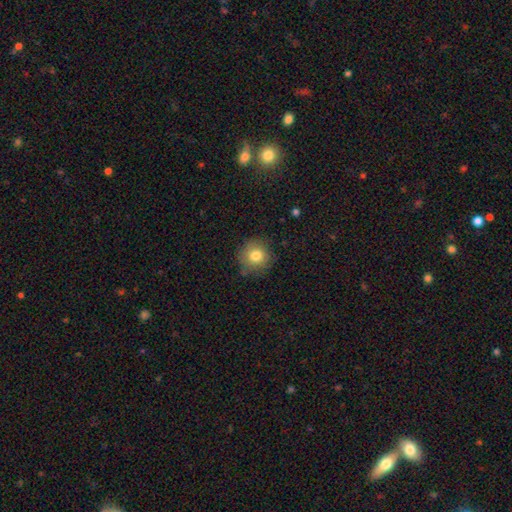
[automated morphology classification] This is clearly a smooth galaxy (80%). How rounded: clearly round (92%). Merging: clearly none (84%).